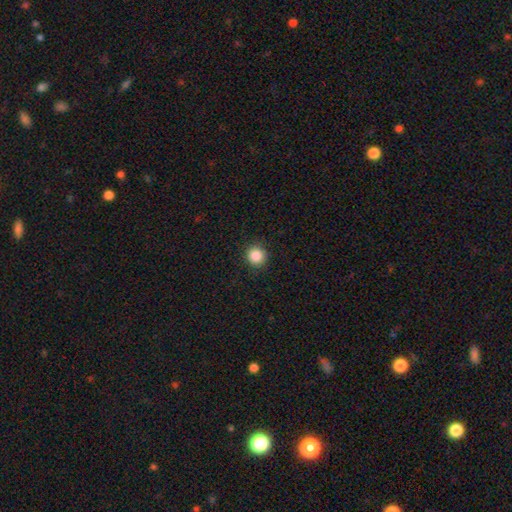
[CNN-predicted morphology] Smooth or featured?
  - smooth: 87% *
  - star or artifact: 10%
  - featured or disk: 3%
How rounded?
  - round: 94% *
  - in between: 5%
  - cigar-shaped: 1%
Merging?
  - none: 92% *
  - minor disturbance: 5%
  - major disturbance: 2%
  - merger: 1%